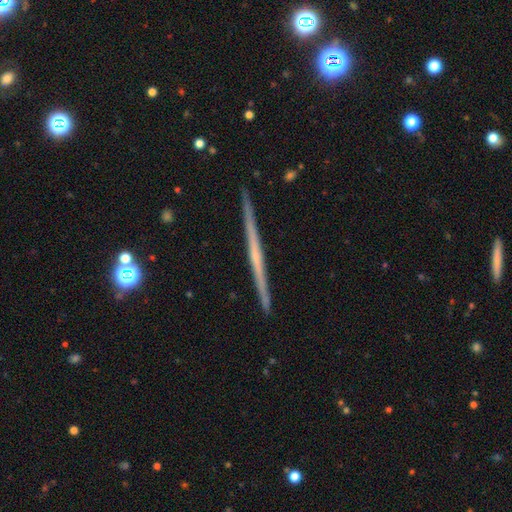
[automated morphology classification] smooth_or_featured: featured or disk (p=0.68) [alt: smooth p=0.26]
disk_edge_on: yes (p=0.98) [alt: no p=0.02]
edge_on_bulge: none (p=0.79) [alt: rounded p=0.15]
merging: none (p=0.92) [alt: minor disturbance p=0.06]